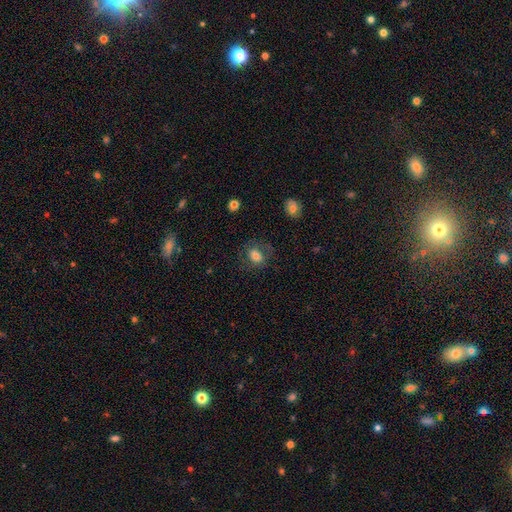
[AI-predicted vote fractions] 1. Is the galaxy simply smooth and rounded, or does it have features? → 74% smooth, 16% featured or disk, 10% star or artifact.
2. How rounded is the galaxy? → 52% in between, 47% round, 1% cigar-shaped.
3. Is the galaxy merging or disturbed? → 70% none, 16% minor disturbance, 12% major disturbance, 2% merger.